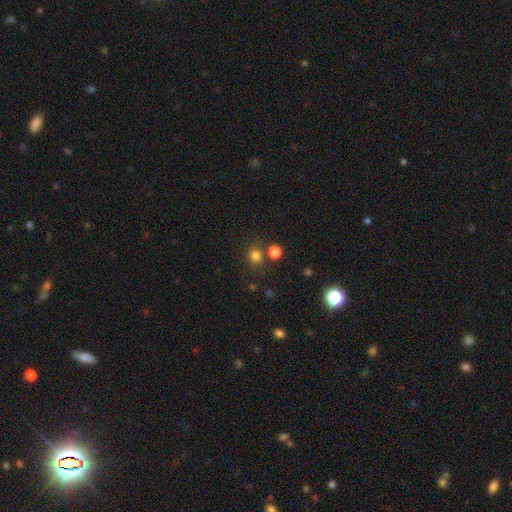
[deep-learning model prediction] This appears to be a smooth galaxy with no disk features (78%) that is round (87%). Merging: none (76%).